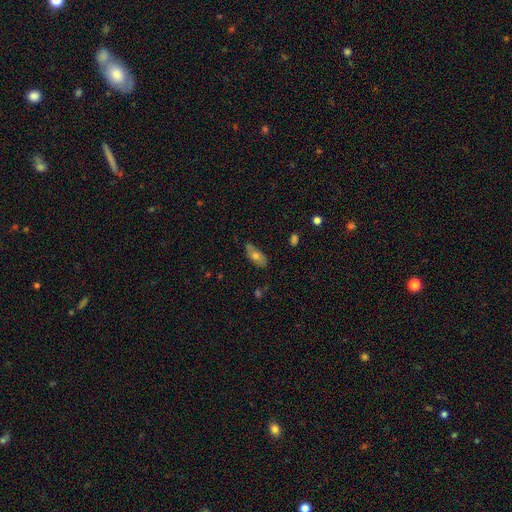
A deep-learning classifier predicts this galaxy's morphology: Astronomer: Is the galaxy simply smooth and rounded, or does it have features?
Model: smooth — 61%.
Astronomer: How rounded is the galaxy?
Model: in between — 81%.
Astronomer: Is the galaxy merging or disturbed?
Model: none — 72%.